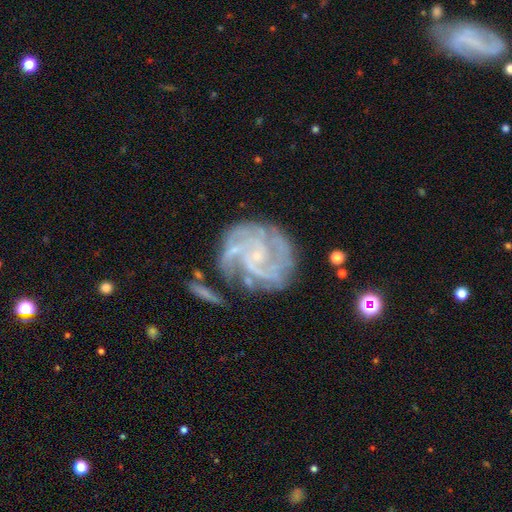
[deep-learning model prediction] smooth_or_featured: featured or disk (p=0.89) [alt: star or artifact p=0.06]
disk_edge_on: no (p=0.98) [alt: yes p=0.02]
bar: no (p=0.62) [alt: weak p=0.30]
has_spiral_arms: yes (p=0.97) [alt: no p=0.03]
spiral_winding: tight (p=0.56) [alt: medium p=0.37]
spiral_arm_count: 3 (p=0.28) [alt: 2 p=0.25]
bulge_size: small (p=0.84) [alt: moderate p=0.09]
merging: none (p=0.60) [alt: minor disturbance p=0.21]